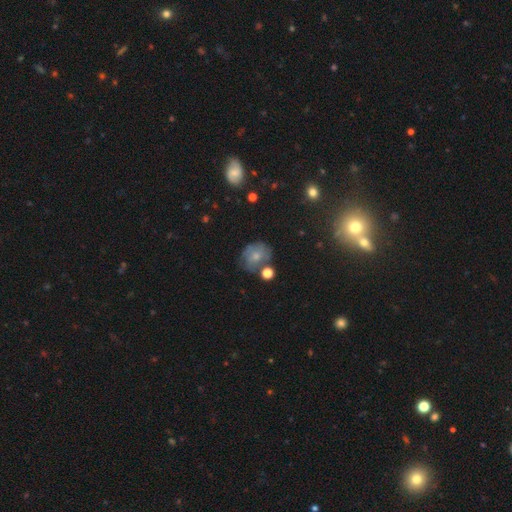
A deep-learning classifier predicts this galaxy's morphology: The model was most divided on "merging": none: 51%, minor disturbance: 25%, major disturbance: 13%, merger: 12%. More confident: how rounded — round (65%); smooth or featured — smooth (60%).